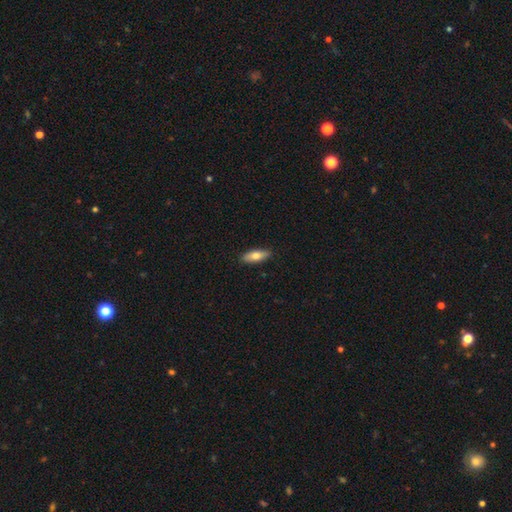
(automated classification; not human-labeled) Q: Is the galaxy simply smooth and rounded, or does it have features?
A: smooth — 72%.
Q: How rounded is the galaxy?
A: in between — 65%.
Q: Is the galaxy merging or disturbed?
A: none — 89%.